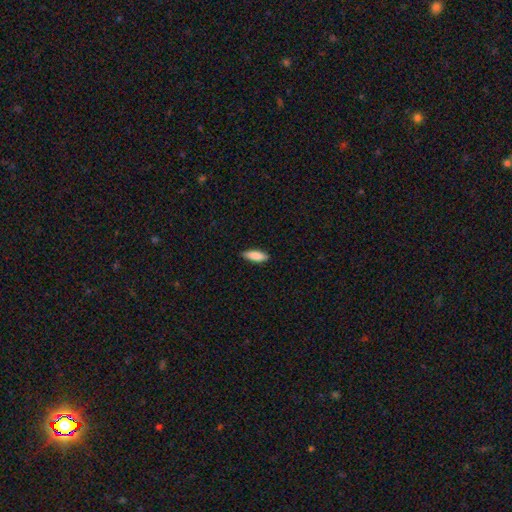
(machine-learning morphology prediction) type=smooth (87%); roundness=in between (58%); merging=none (87%).